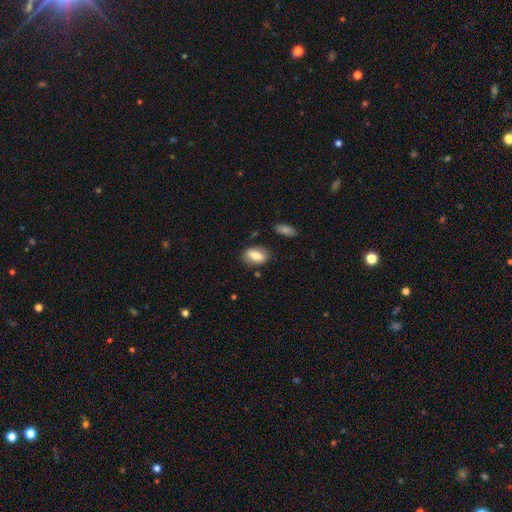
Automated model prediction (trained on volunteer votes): smooth 77%, featured or disk 15%, star or artifact 8%. Down the decision tree: how rounded — in between (84%); merging — none (79%).